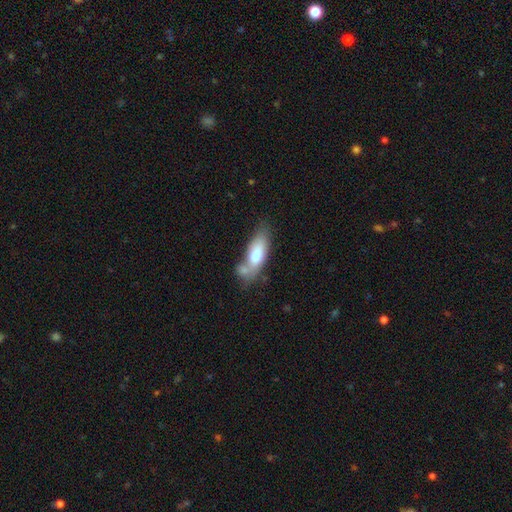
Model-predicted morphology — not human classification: smooth_or_featured: smooth (p=0.71) [alt: featured or disk p=0.23]
how_rounded: in between (p=0.70) [alt: cigar-shaped p=0.27]
merging: none (p=0.40) [alt: merger p=0.32]